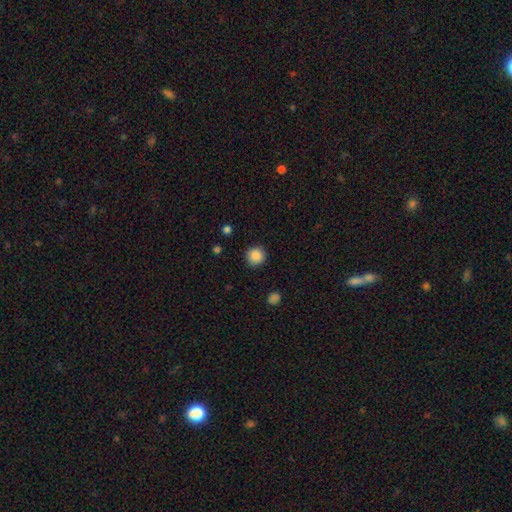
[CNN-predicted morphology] Smooth or featured? smooth (88%)
How rounded? round (94%)
Merging? none (90%)